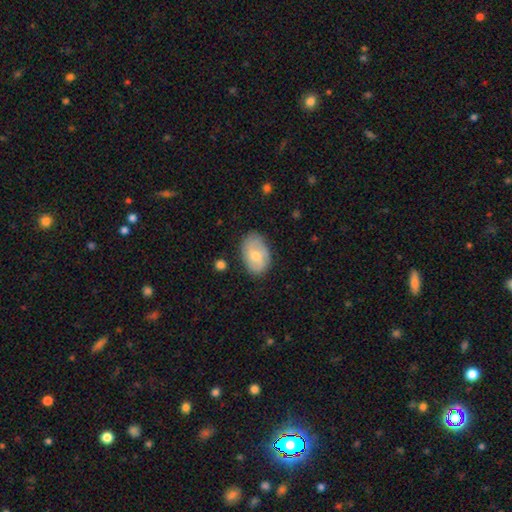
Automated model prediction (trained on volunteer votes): This appears to be a smooth galaxy with no disk features (64%) that is in between round and cigar-shaped (89%). Merging: none (72%).